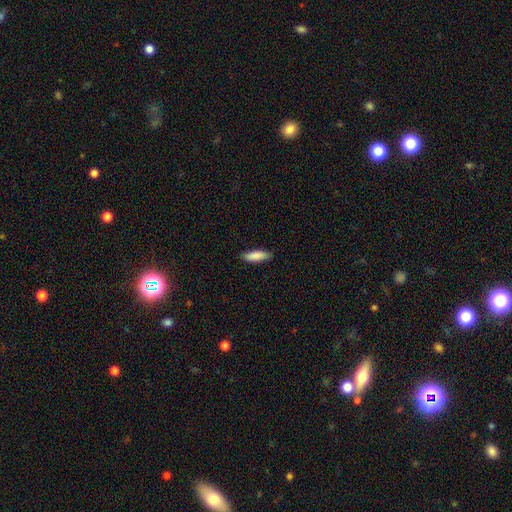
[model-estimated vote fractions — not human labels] A smooth galaxy with no disk features (86%) that is cigar-shaped (55%). Merging: none (85%).